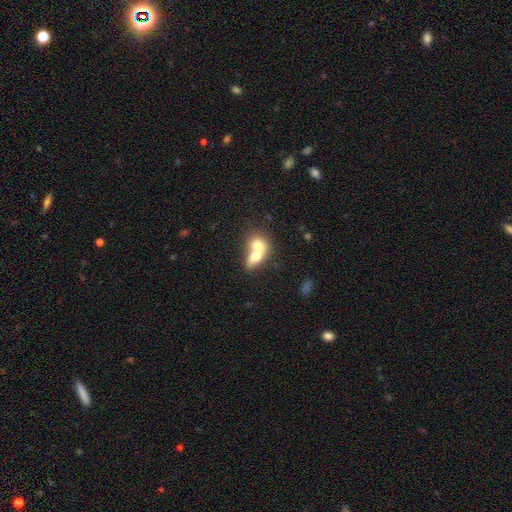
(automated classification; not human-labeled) This is likely a smooth galaxy (68%). How rounded: likely in between (63%). Merging: likely merger (78%).